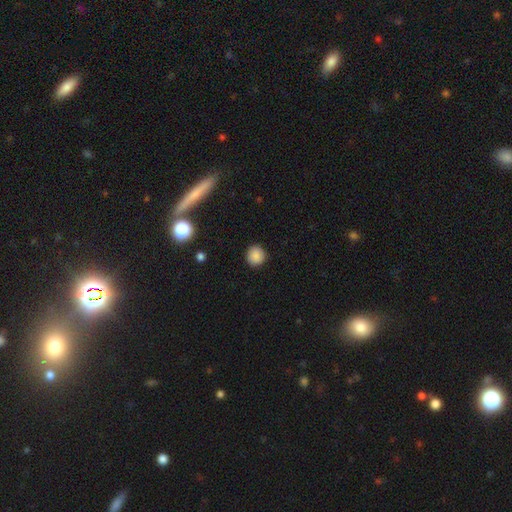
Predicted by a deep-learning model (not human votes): Smooth or featured?
  - smooth: 86% *
  - star or artifact: 10%
  - featured or disk: 4%
How rounded?
  - round: 90% *
  - in between: 9%
  - cigar-shaped: 1%
Merging?
  - none: 91% *
  - minor disturbance: 6%
  - major disturbance: 2%
  - merger: 1%